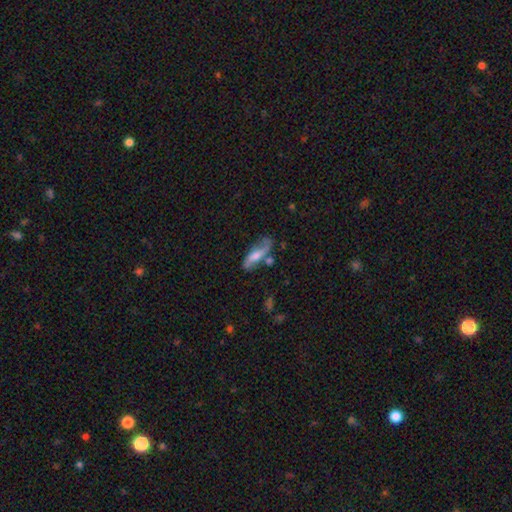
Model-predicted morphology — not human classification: Overall: featured or disk (58%; smooth 36%). Edge-on disk: no (76%). Merging: none (61%; minor disturbance 21%).